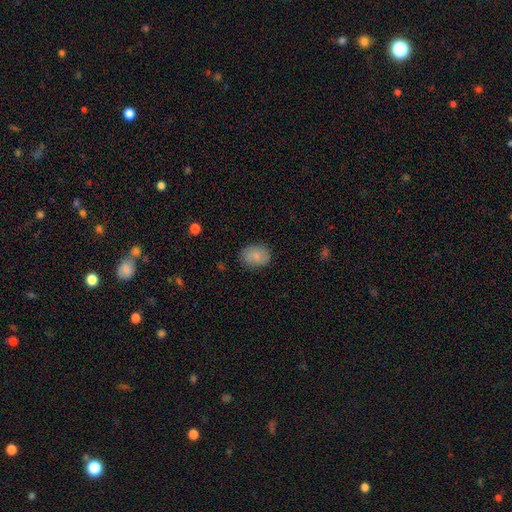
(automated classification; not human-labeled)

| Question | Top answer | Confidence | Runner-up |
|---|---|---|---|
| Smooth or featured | smooth | 82% | featured or disk (11%) |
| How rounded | in between | 65% | round (34%) |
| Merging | none | 81% | minor disturbance (15%) |